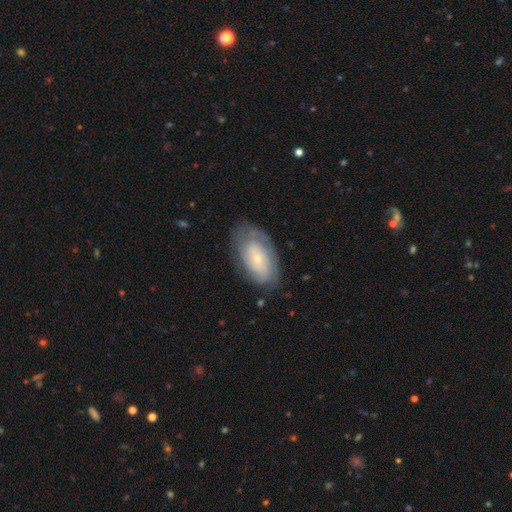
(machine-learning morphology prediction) Q: Smooth or featured?
A: featured or disk (50%); runner-up: smooth (39%)
Q: Edge-on disk?
A: no (92%); runner-up: yes (8%)
Q: Merging?
A: none (75%); runner-up: minor disturbance (18%)